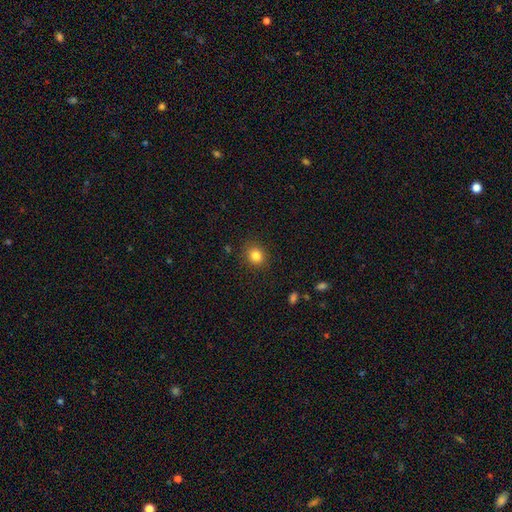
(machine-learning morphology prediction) This is clearly a smooth galaxy (83%). How rounded: likely round (78%). Merging: clearly none (87%).